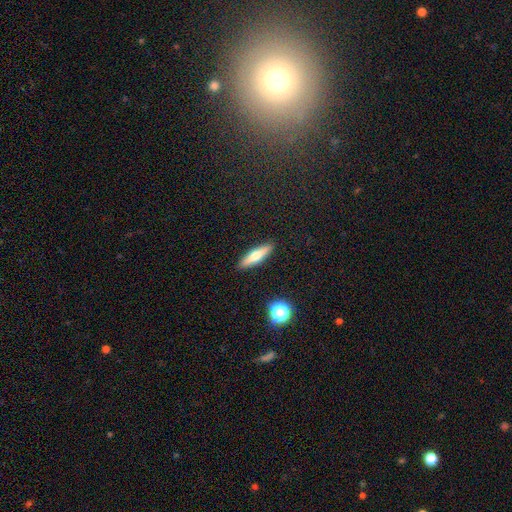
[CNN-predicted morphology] Smooth or featured: smooth — 53% (featured or disk — 40%)
How rounded: cigar-shaped — 74% (in between — 24%)
Merging: none — 90% (minor disturbance — 7%)